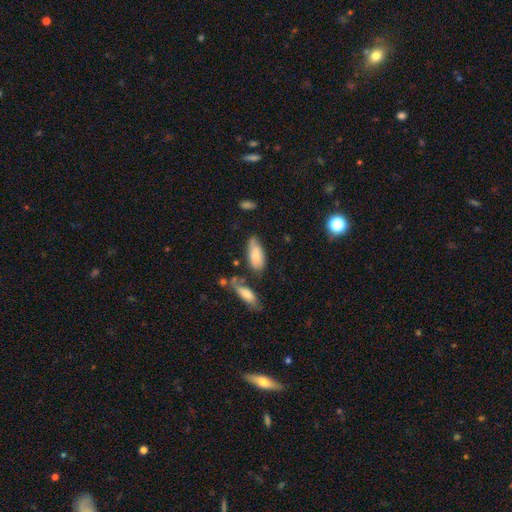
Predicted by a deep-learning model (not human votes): The model was most divided on "merging": none: 49%, minor disturbance: 29%, merger: 12%, major disturbance: 9%. More confident: how rounded — in between (84%); smooth or featured — smooth (71%).